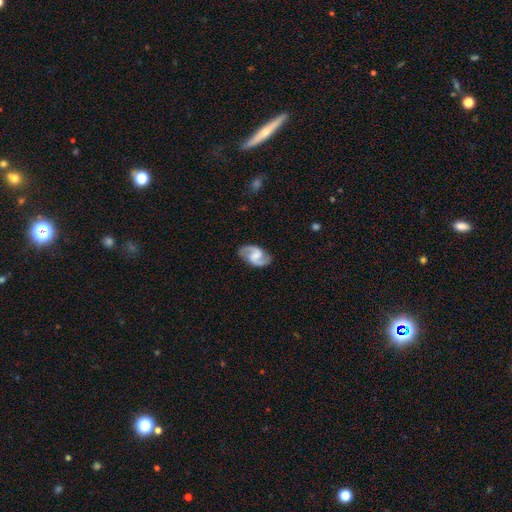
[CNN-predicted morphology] Q: Smooth or featured?
A: featured or disk (88%); runner-up: smooth (7%)
Q: Edge-on disk?
A: no (98%); runner-up: yes (2%)
Q: Bar?
A: weak (52%); runner-up: no (31%)
Q: Spiral arms?
A: yes (97%); runner-up: no (3%)
Q: Spiral winding?
A: medium (56%); runner-up: loose (28%)
Q: Spiral arm count?
A: 2 (94%); runner-up: can't tell (2%)
Q: Bulge size?
A: moderate (33%); runner-up: small (31%)
Q: Merging?
A: none (85%); runner-up: minor disturbance (11%)